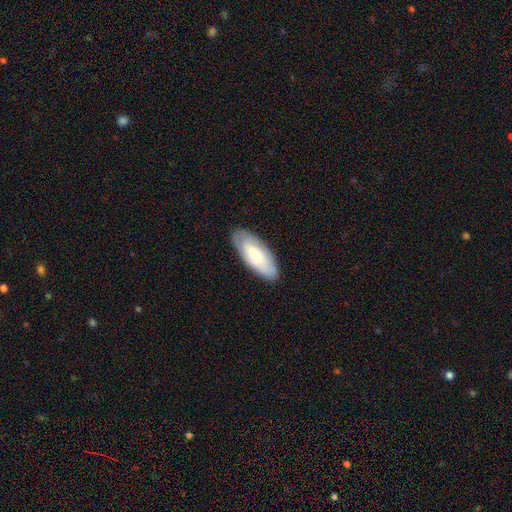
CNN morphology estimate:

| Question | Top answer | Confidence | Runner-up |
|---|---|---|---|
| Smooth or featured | smooth | 62% | featured or disk (33%) |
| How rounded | in between | 80% | cigar-shaped (18%) |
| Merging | none | 83% | minor disturbance (13%) |